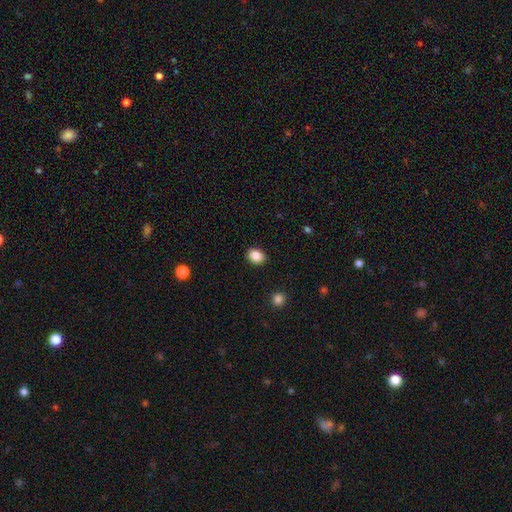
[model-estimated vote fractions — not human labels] Smooth or featured?
  - smooth: 88% *
  - star or artifact: 9%
  - featured or disk: 3%
How rounded?
  - in between: 55% *
  - round: 45%
  - cigar-shaped: 1%
Merging?
  - none: 90% *
  - minor disturbance: 7%
  - major disturbance: 2%
  - merger: 1%